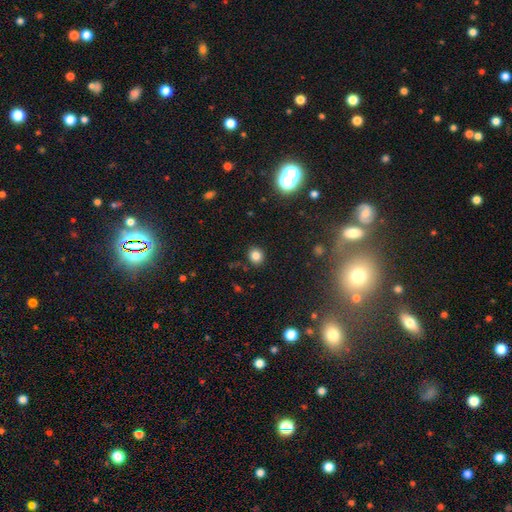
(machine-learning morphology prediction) type=smooth (83%); roundness=round (80%); merging=none (89%).